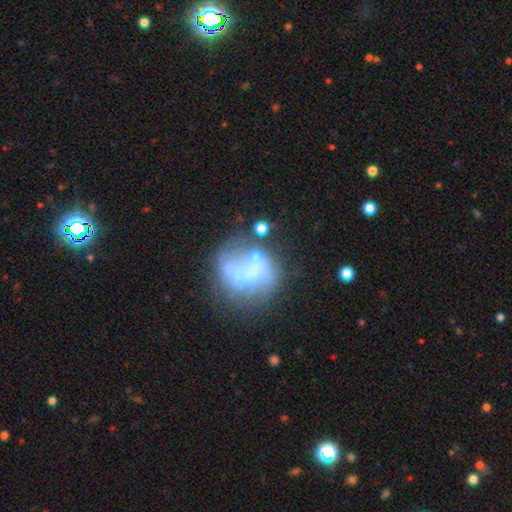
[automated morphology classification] Overall: featured or disk (50%; smooth 33%). Edge-on disk: no (97%). Merging: none (40%; major disturbance 26%).